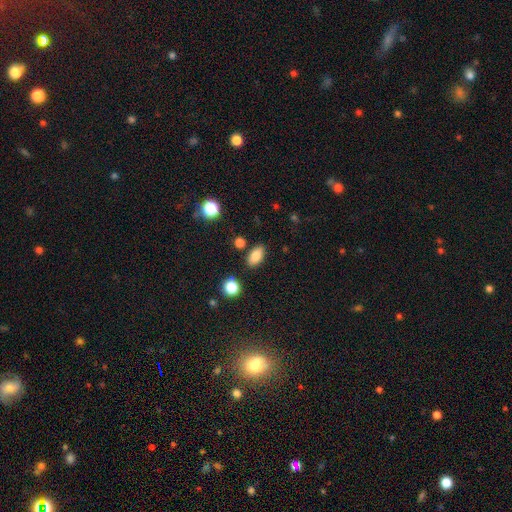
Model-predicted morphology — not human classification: Overall: smooth (84%). How rounded: in between (88%). Merging: none (83%).